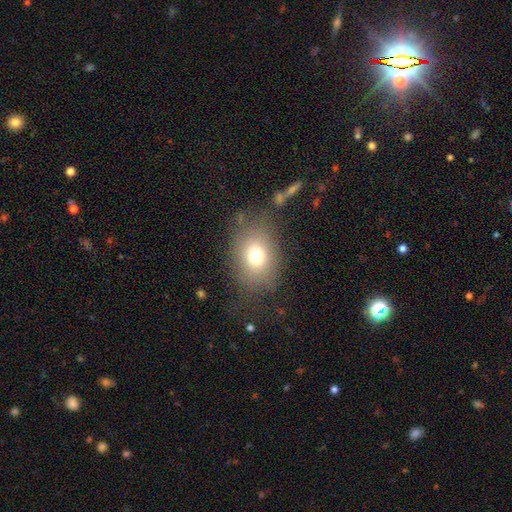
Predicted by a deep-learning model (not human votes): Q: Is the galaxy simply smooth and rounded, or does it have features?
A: smooth — 72%.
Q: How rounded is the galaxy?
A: in between — 61%.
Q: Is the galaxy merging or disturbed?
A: none — 70%.